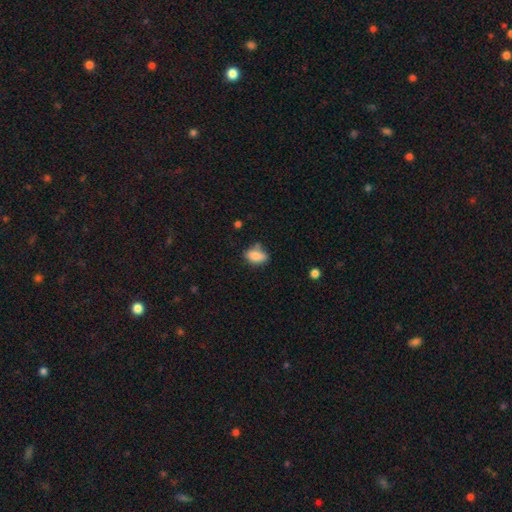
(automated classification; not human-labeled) Smooth or featured: smooth — 83% (featured or disk — 8%)
How rounded: in between — 84% (round — 12%)
Merging: none — 63% (minor disturbance — 26%)